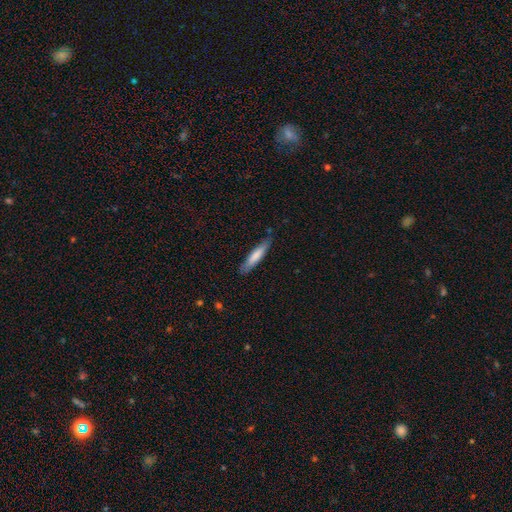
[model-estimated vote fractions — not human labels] This appears to be a smooth galaxy with no disk features (73%) that is cigar-shaped (86%). Merging: none (81%).